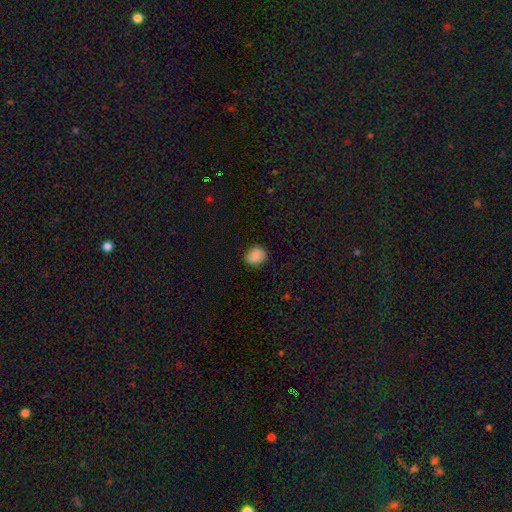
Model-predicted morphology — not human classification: smooth_or_featured: smooth (p=0.86) [alt: star or artifact p=0.08]
how_rounded: round (p=0.59) [alt: in between p=0.40]
merging: none (p=0.75) [alt: minor disturbance p=0.20]